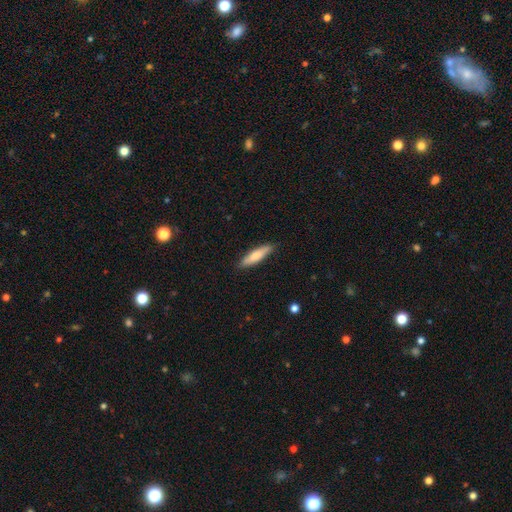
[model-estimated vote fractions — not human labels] smooth_or_featured: smooth (p=0.72) [alt: featured or disk p=0.23]
how_rounded: cigar-shaped (p=0.76) [alt: in between p=0.22]
merging: none (p=0.87) [alt: minor disturbance p=0.10]